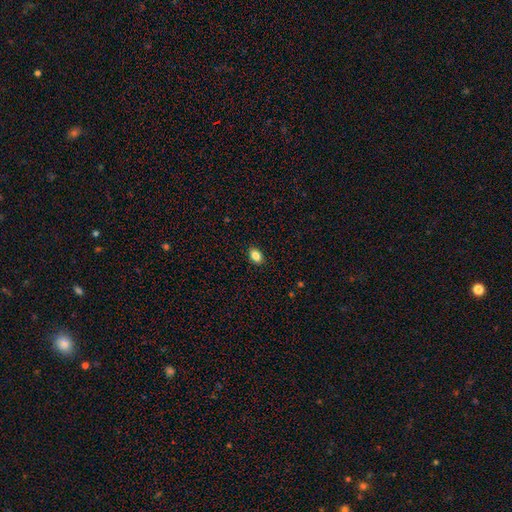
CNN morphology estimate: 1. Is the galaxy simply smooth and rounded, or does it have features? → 86% smooth, 9% star or artifact, 5% featured or disk.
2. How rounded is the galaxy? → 78% in between, 21% round, 1% cigar-shaped.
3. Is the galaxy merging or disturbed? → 90% none, 7% minor disturbance, 2% major disturbance, 1% merger.